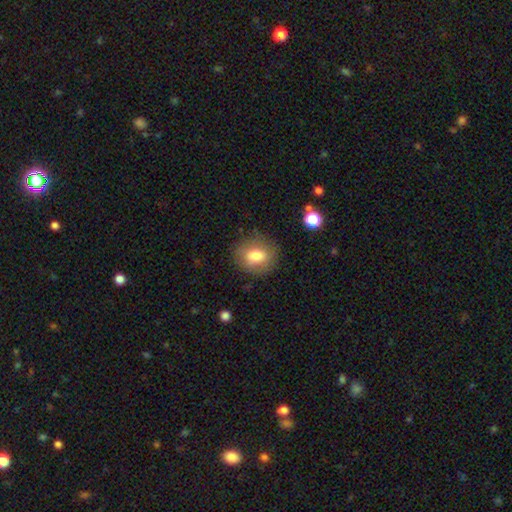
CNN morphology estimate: Smooth or featured?
  - smooth: 76% *
  - featured or disk: 15%
  - star or artifact: 9%
How rounded?
  - round: 58% *
  - in between: 41%
  - cigar-shaped: 2%
Merging?
  - none: 81% *
  - minor disturbance: 13%
  - major disturbance: 4%
  - merger: 2%